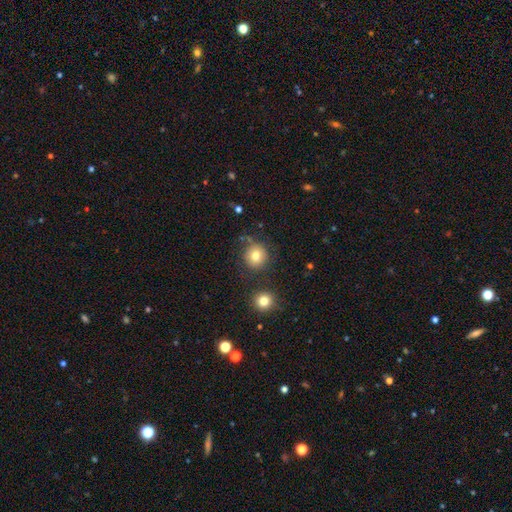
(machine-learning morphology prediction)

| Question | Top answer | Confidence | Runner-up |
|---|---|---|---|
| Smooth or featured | smooth | 78% | star or artifact (12%) |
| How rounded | round | 92% | in between (7%) |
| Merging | none | 76% | minor disturbance (12%) |